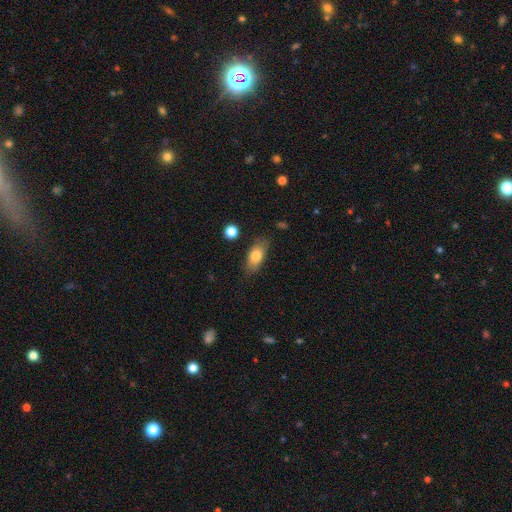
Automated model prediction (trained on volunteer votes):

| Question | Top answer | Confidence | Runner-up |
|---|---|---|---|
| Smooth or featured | smooth | 77% | featured or disk (16%) |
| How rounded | in between | 83% | cigar-shaped (11%) |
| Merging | none | 79% | minor disturbance (16%) |